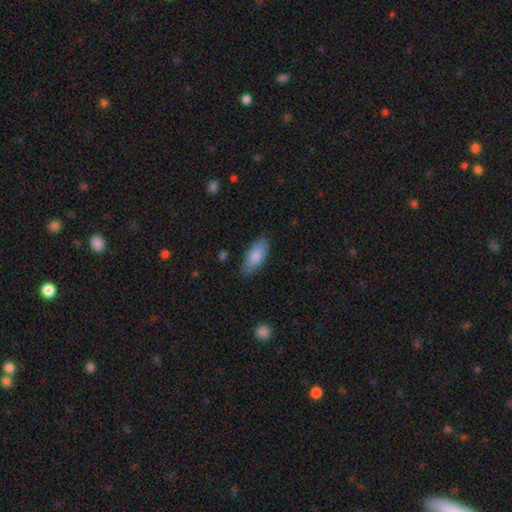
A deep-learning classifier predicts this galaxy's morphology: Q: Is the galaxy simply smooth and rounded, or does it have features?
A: smooth — 84%.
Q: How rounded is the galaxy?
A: in between — 86%.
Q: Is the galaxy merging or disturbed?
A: none — 82%.